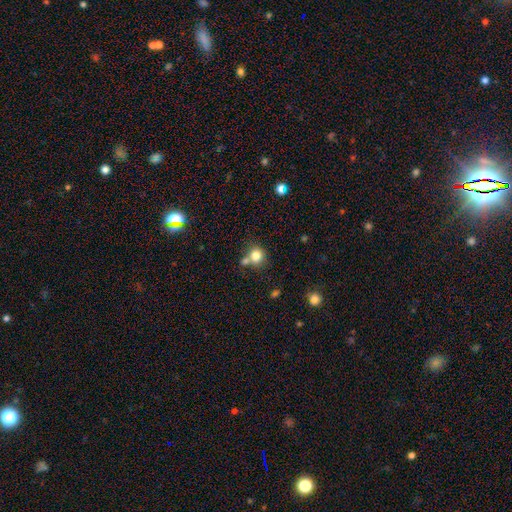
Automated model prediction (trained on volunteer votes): The model was most divided on "merging": none: 58%, merger: 29%, minor disturbance: 10%, major disturbance: 4%. More confident: how rounded — round (86%); smooth or featured — smooth (80%).